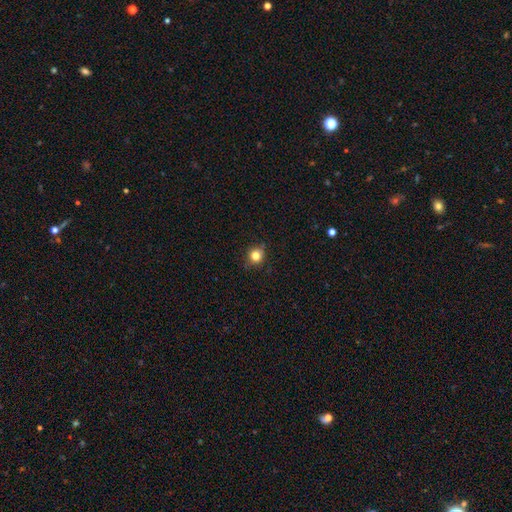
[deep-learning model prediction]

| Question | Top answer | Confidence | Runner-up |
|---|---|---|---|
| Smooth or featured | smooth | 81% | star or artifact (13%) |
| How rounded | round | 87% | in between (12%) |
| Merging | none | 83% | minor disturbance (13%) |